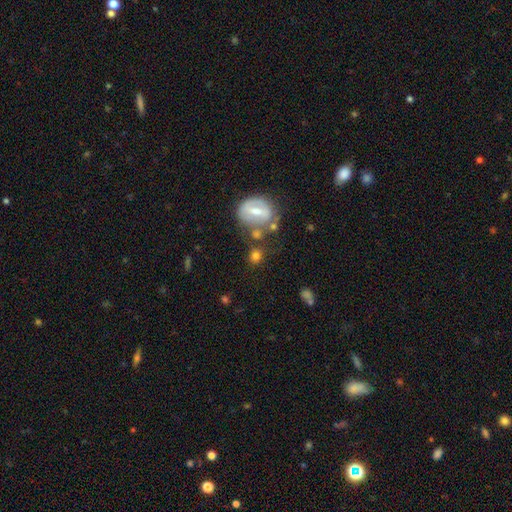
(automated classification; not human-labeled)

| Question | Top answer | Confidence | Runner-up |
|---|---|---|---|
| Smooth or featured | smooth | 68% | featured or disk (20%) |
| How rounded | round | 71% | in between (27%) |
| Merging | none | 62% | merger (16%) |